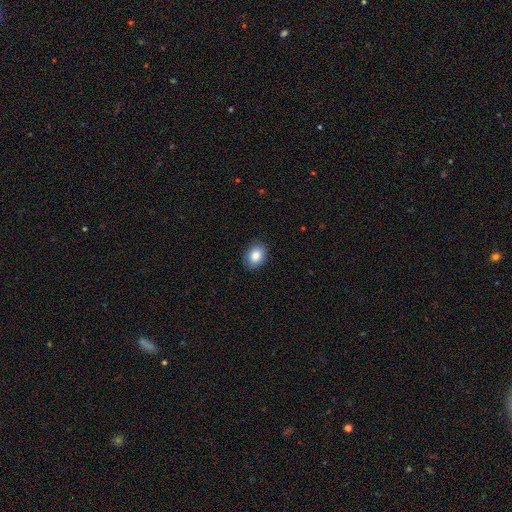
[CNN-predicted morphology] Smooth or featured? Predicted: smooth (p=0.86). How rounded? Predicted: in between (p=0.70). Merging? Predicted: none (p=0.85).